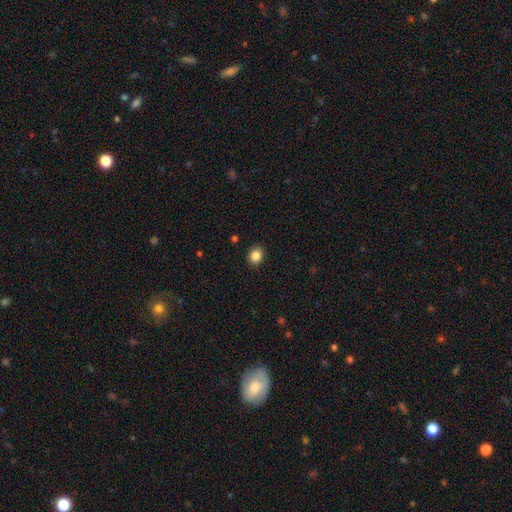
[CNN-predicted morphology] This is clearly a smooth galaxy (86%). How rounded: likely round (63%). Merging: clearly none (90%).